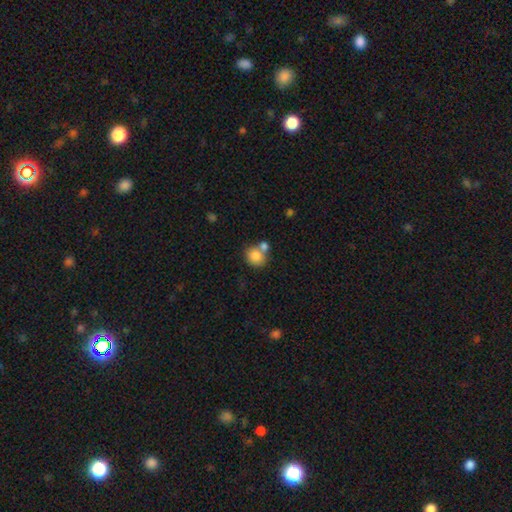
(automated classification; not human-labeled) smooth 83%, star or artifact 9%, featured or disk 8%. Down the decision tree: how rounded — round (79%); merging — none (51%).